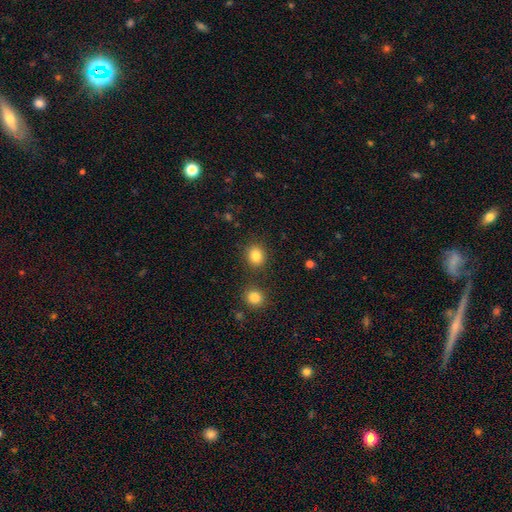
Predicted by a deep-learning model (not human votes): The model was most divided on "how rounded": round: 72%, in between: 27%, cigar-shaped: 1%. More confident: smooth or featured — smooth (84%); merging — none (83%).